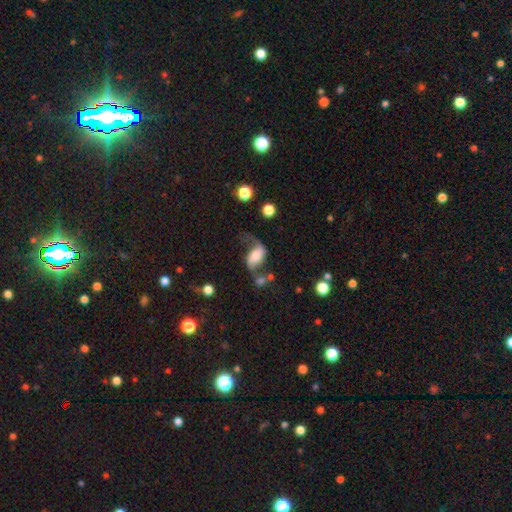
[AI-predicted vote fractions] Overall: featured or disk (66%; smooth 26%). Edge-on disk: no (95%). Bar: no (42%; weak 35%). Spiral arms: yes (90%). Spiral arm count: 2 (82%). Spiral winding: loose (82%). Bulge size: moderate (42%; small 28%). Merging: none (39%; major disturbance 26%).